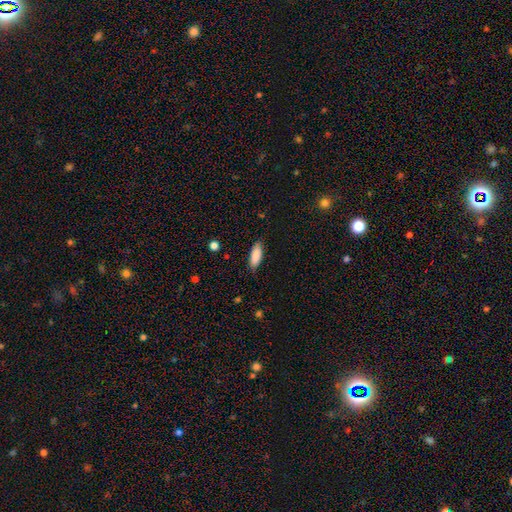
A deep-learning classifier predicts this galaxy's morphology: This appears to be a smooth galaxy with no disk features (88%) that is in between round and cigar-shaped (75%). Merging: none (84%).